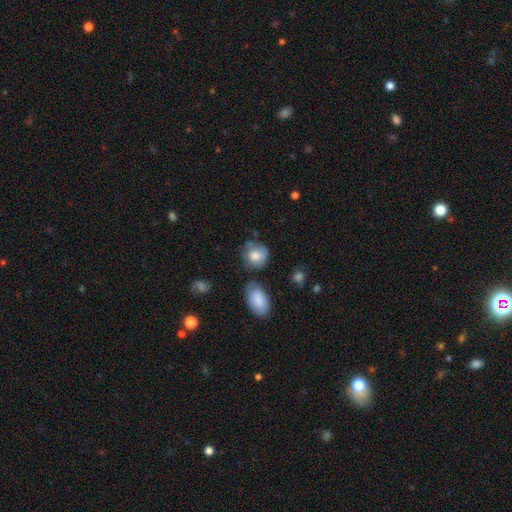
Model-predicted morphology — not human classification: A smooth galaxy with no disk features (75%) that is round (66%).

Vote fractions:
- Smooth or featured? smooth: 75% / featured or disk: 17% / star or artifact: 8%
- How rounded? round: 66% / in between: 33% / cigar-shaped: 1%
- Merging? none: 51% / minor disturbance: 29% / major disturbance: 12% / merger: 8%